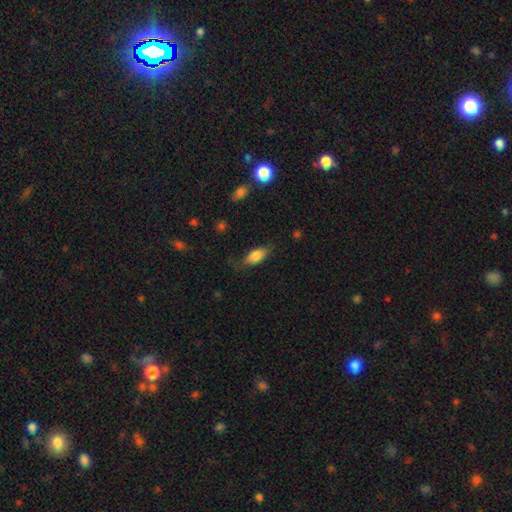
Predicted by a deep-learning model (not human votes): Overall: smooth (78%). How rounded: in between (83%). Merging: none (70%).